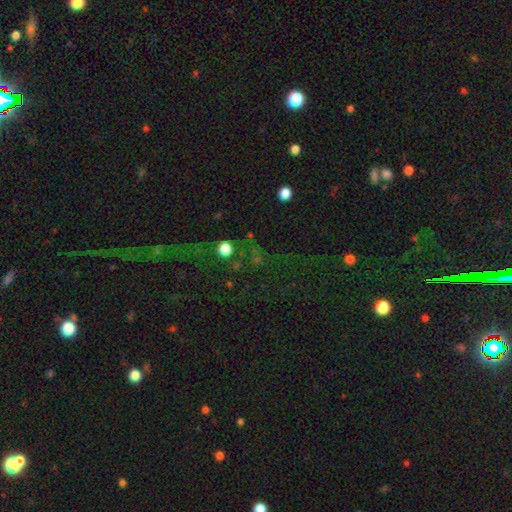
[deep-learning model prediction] The model was most divided on "smooth or featured": star or artifact: 68%, smooth: 20%, featured or disk: 11%.